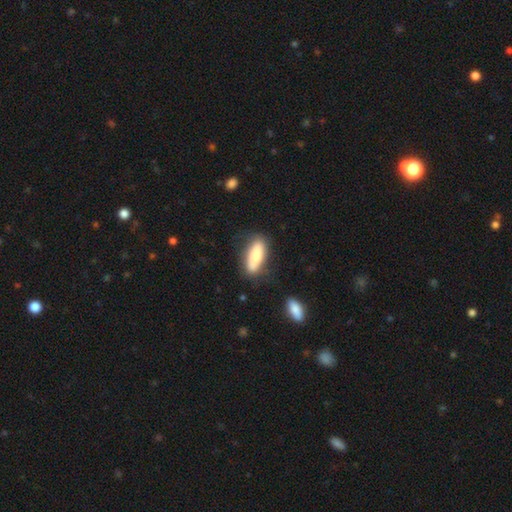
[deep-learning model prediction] smooth-or-featured: smooth: 77% | featured or disk: 17% | star or artifact: 6%
  how-rounded: in between: 60% | cigar-shaped: 38% | round: 2%
  merging: none: 75% | minor disturbance: 17% | major disturbance: 4% | merger: 4%